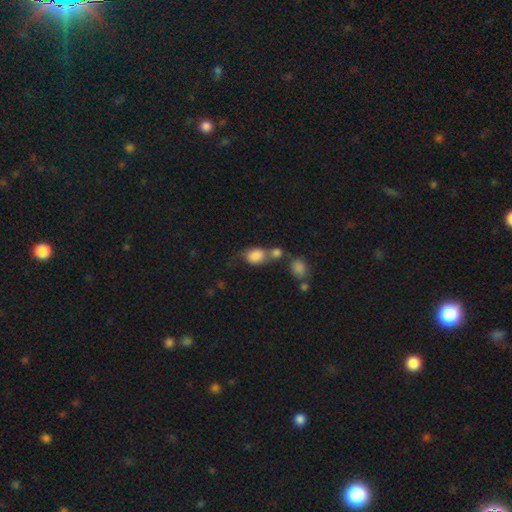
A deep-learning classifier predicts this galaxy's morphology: A smooth galaxy with no disk features (83%) that is in between round and cigar-shaped (65%).

Vote fractions:
- Smooth or featured? smooth: 83% / star or artifact: 9% / featured or disk: 8%
- How rounded? in between: 65% / round: 33% / cigar-shaped: 2%
- Merging? merger: 48% / none: 31% / minor disturbance: 13% / major disturbance: 7%